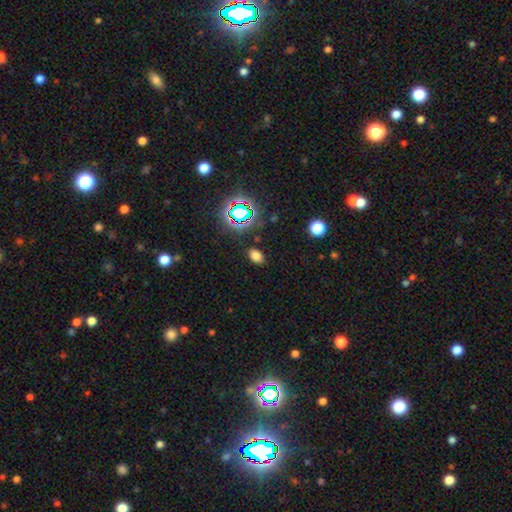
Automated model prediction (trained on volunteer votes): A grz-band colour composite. It shows a smooth galaxy with no disk features (71%) that is in between round and cigar-shaped (84%). Merging: none (86%).